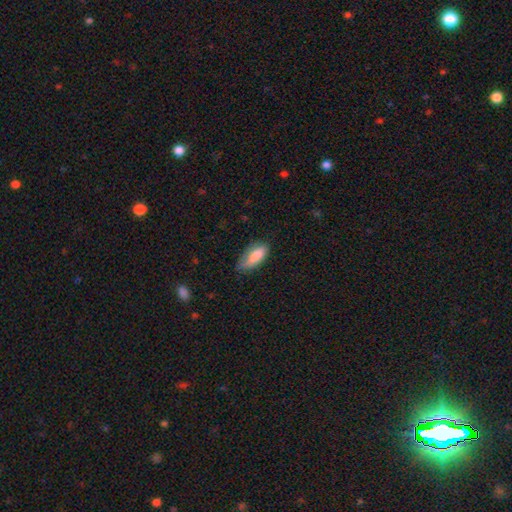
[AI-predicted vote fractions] Smooth or featured? smooth (85%)
How rounded? in between (81%)
Merging? none (52%)